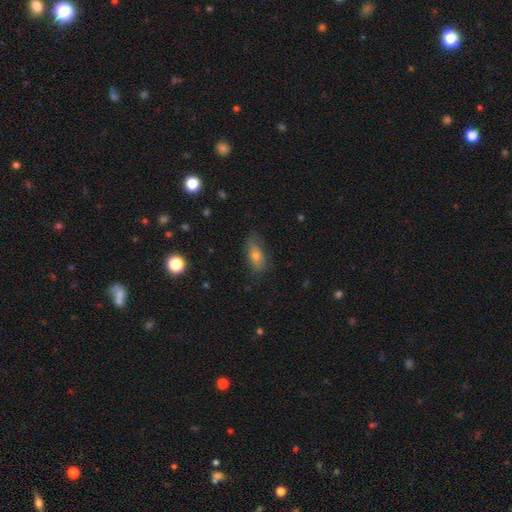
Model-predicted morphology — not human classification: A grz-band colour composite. It shows a smooth galaxy with no disk features (63%) that is in between round and cigar-shaped (81%). Merging: none (66%).